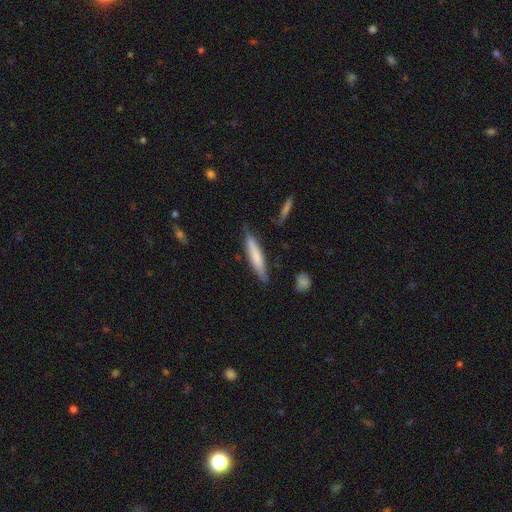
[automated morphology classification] Q: Smooth or featured?
A: smooth (67%); runner-up: featured or disk (28%)
Q: How rounded?
A: cigar-shaped (90%); runner-up: in between (8%)
Q: Merging?
A: none (78%); runner-up: minor disturbance (17%)